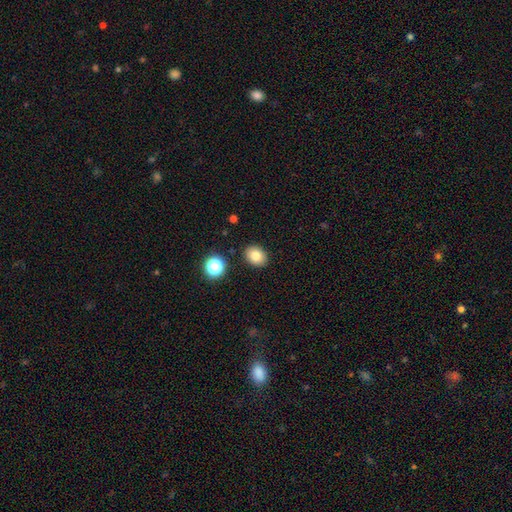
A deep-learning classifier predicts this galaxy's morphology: Smooth or featured: smooth — 80% (star or artifact — 11%)
How rounded: in between — 55% (round — 44%)
Merging: none — 89% (minor disturbance — 7%)